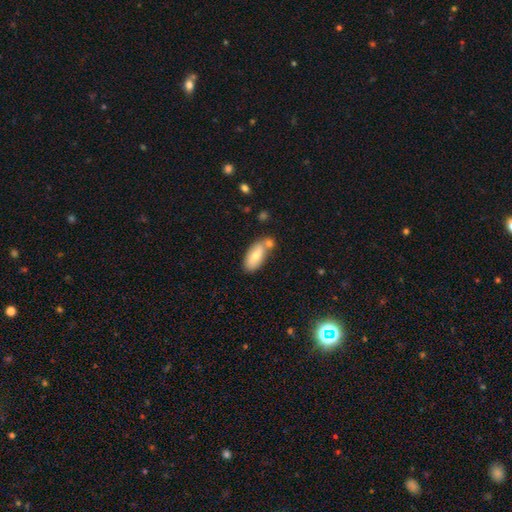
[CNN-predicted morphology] Smooth or featured?
  - smooth: 74% *
  - featured or disk: 20%
  - star or artifact: 6%
How rounded?
  - in between: 86% *
  - cigar-shaped: 12%
  - round: 2%
Merging?
  - none: 55% *
  - merger: 25%
  - minor disturbance: 16%
  - major disturbance: 4%